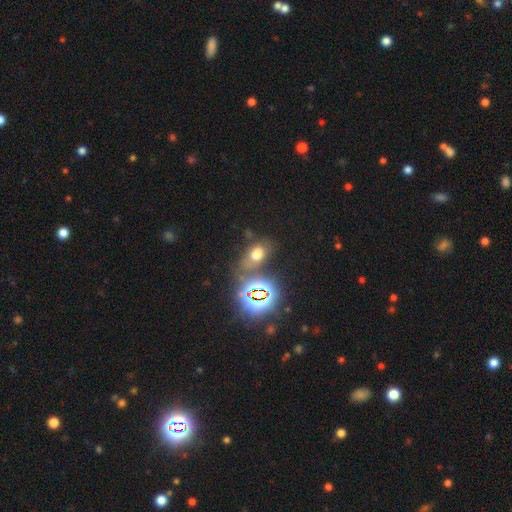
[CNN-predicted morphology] Smooth or featured?
  - smooth: 54% *
  - star or artifact: 35%
  - featured or disk: 11%
How rounded?
  - in between: 72% *
  - round: 25%
  - cigar-shaped: 3%
Merging?
  - none: 56% *
  - merger: 17%
  - minor disturbance: 17%
  - major disturbance: 10%